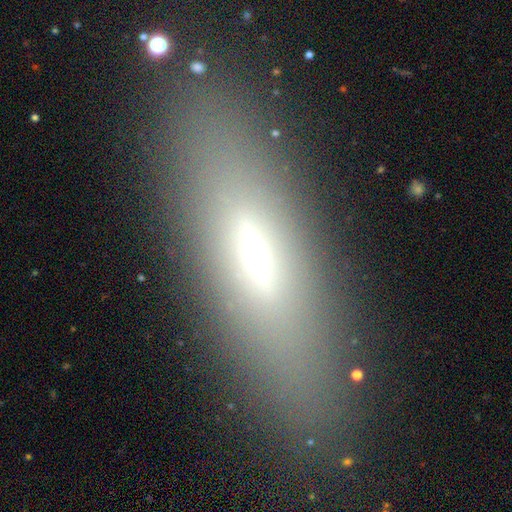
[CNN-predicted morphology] Overall: featured or disk (53%; smooth 34%). Edge-on disk: yes (69%; no 31%). Merging: none (79%).